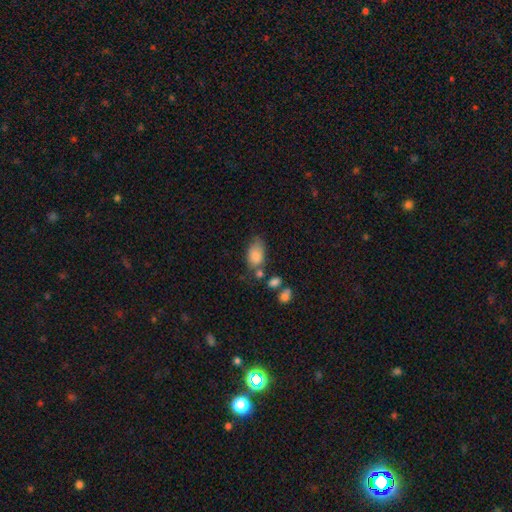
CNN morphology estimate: Q: Smooth or featured?
A: smooth (83%); runner-up: featured or disk (9%)
Q: How rounded?
A: in between (89%); runner-up: round (9%)
Q: Merging?
A: none (45%); runner-up: minor disturbance (32%)